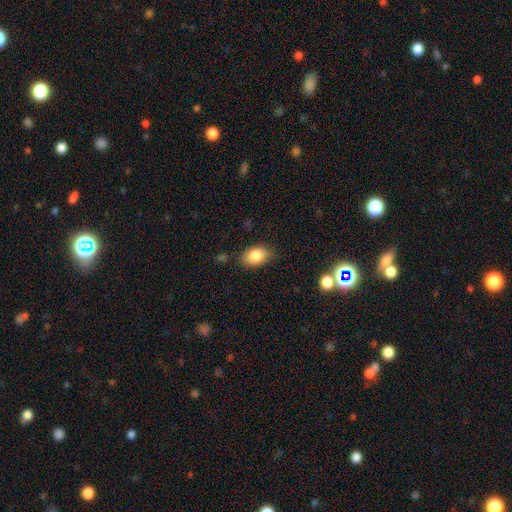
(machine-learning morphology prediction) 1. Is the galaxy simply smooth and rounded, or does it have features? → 86% smooth, 8% star or artifact, 6% featured or disk.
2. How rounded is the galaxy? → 86% in between, 13% round, 1% cigar-shaped.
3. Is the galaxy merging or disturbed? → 80% none, 15% minor disturbance, 3% major disturbance, 2% merger.